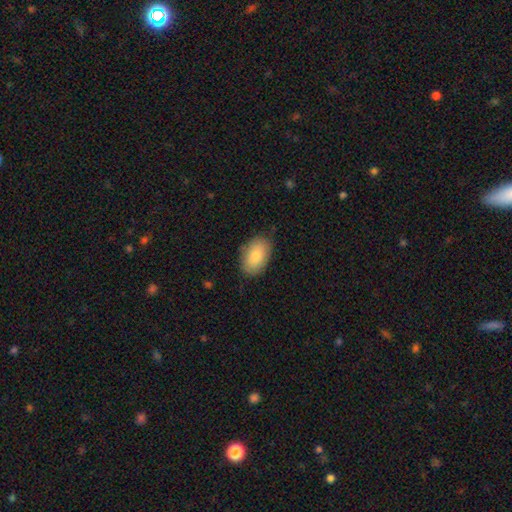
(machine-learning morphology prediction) This appears to be a smooth galaxy with no disk features (81%) that is in between round and cigar-shaped (91%). Merging: none (83%).